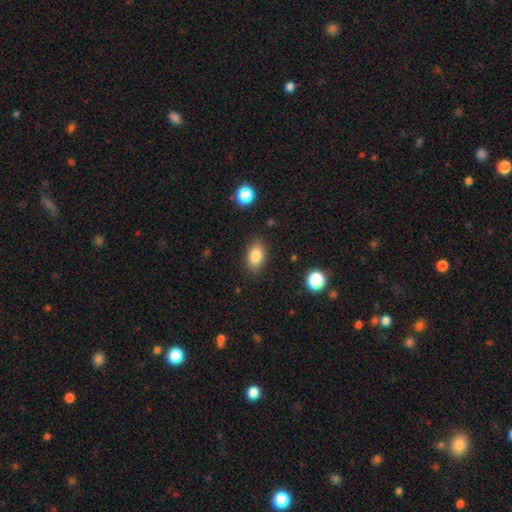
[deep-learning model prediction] The model was most divided on "merging": none: 85%, minor disturbance: 10%, major disturbance: 3%, merger: 2%. More confident: how rounded — in between (87%); smooth or featured — smooth (84%).